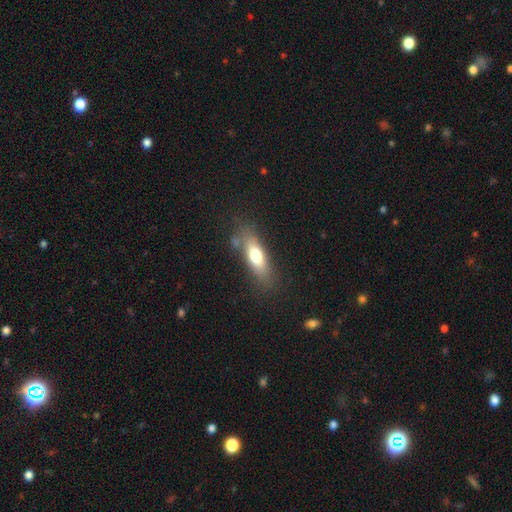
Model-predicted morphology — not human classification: Overall: smooth (68%). How rounded: in between (59%; cigar-shaped 38%). Merging: none (75%).